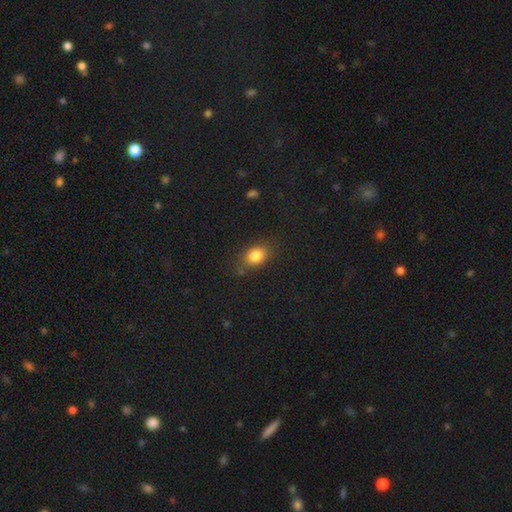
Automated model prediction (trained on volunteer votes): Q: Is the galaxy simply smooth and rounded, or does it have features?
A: smooth — 82%.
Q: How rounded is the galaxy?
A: in between — 65%.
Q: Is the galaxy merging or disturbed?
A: none — 75%.